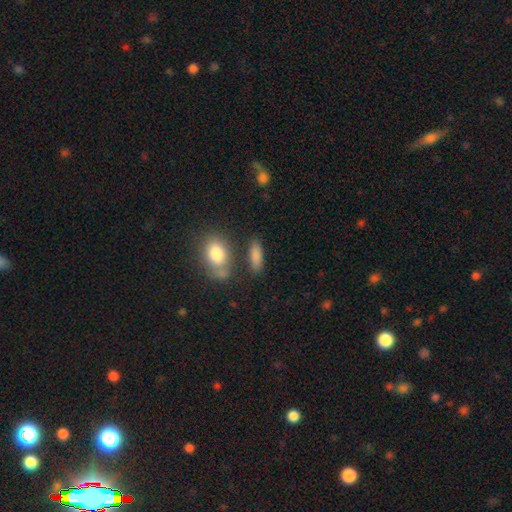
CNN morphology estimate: This is clearly a smooth galaxy (85%). How rounded: likely in between (65%). Merging: likely none (75%).